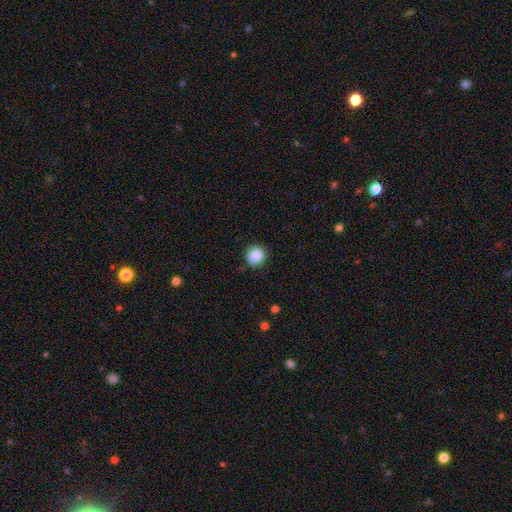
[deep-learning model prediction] smooth_or_featured: smooth (p=0.86) [alt: star or artifact p=0.09]
how_rounded: round (p=0.93) [alt: in between p=0.06]
merging: none (p=0.90) [alt: minor disturbance p=0.07]